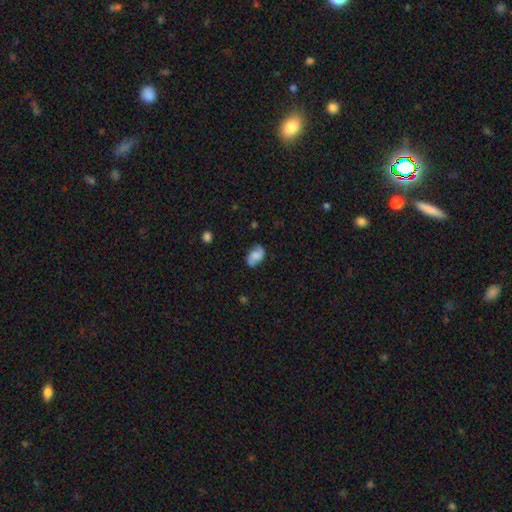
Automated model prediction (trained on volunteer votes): Overall: smooth (59%; featured or disk 32%). How rounded: in between (90%). Merging: none (71%).